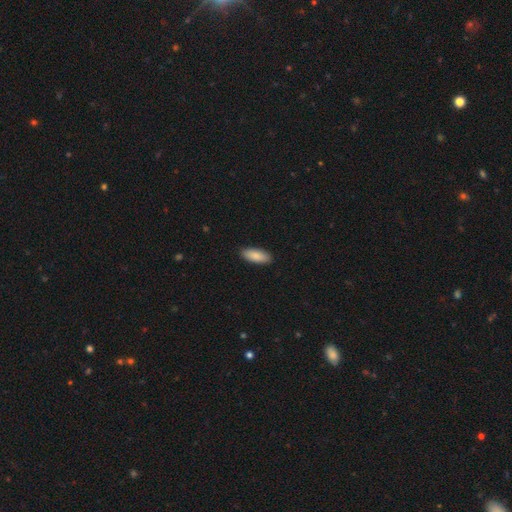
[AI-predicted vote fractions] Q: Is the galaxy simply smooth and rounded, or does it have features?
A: smooth — 88%.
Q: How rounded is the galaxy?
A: in between — 80%.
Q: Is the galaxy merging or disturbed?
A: none — 90%.